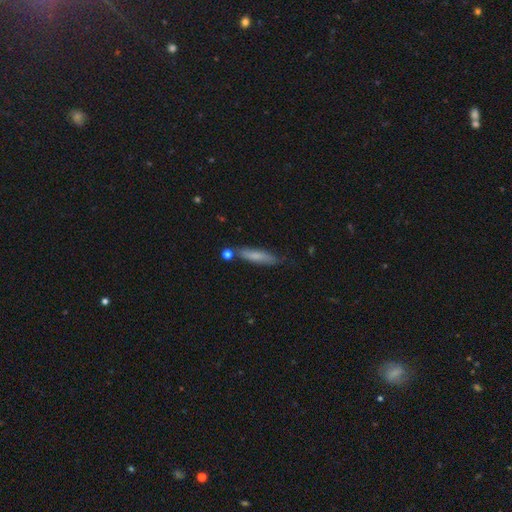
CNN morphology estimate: Smooth or featured: smooth — 72% (featured or disk — 21%)
How rounded: cigar-shaped — 83% (in between — 16%)
Merging: none — 73% (minor disturbance — 17%)